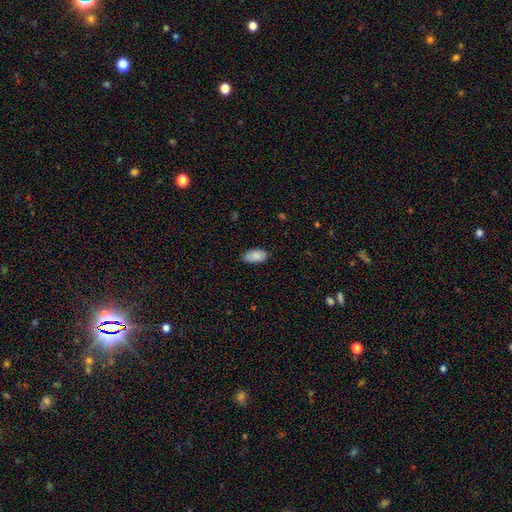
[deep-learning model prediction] Smooth or featured? smooth (88%)
How rounded? in between (94%)
Merging? none (85%)